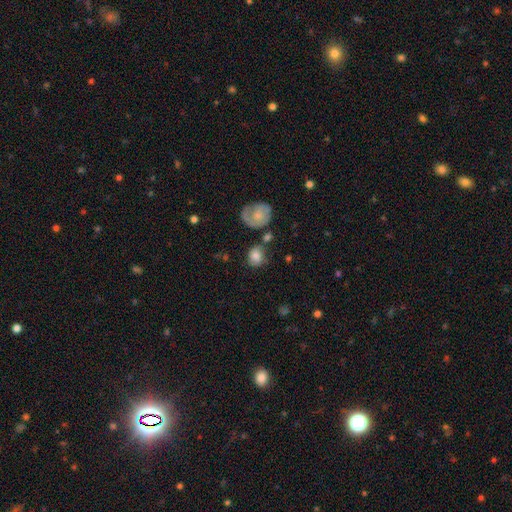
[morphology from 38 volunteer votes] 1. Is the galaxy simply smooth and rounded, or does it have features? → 76% smooth, 21% featured or disk, 3% star or artifact.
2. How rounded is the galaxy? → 59% round, 41% in between, 0% cigar-shaped.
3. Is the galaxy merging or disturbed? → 59% none, 22% minor disturbance, 14% major disturbance, 5% merger.